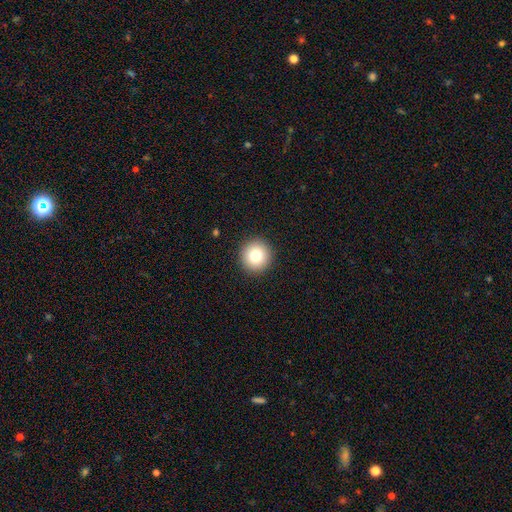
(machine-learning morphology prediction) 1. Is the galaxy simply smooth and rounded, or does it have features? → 79% smooth, 11% star or artifact, 10% featured or disk.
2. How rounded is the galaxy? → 95% round, 4% in between, 1% cigar-shaped.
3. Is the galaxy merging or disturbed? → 93% none, 5% minor disturbance, 2% major disturbance, 1% merger.